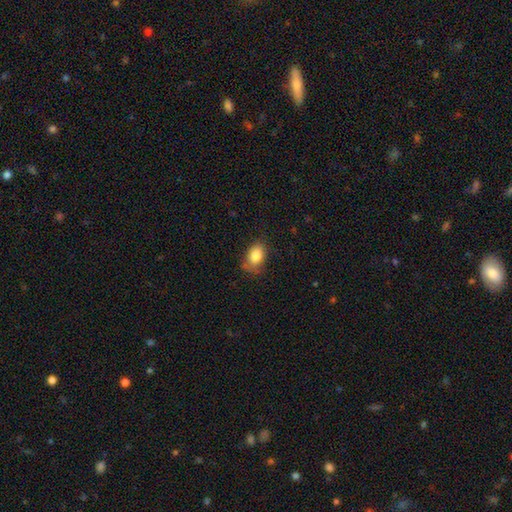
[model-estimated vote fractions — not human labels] Smooth or featured? Predicted: smooth (p=0.84). How rounded? Predicted: in between (p=0.84). Merging? Predicted: none (p=0.66).